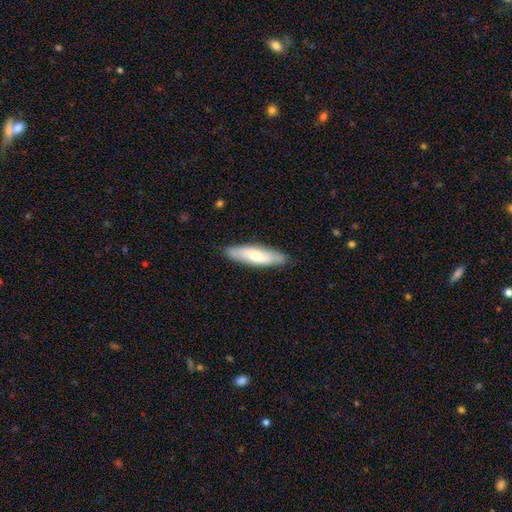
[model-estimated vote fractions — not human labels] A smooth galaxy with no disk features (63%) that is cigar-shaped (65%). Merging: none (87%).